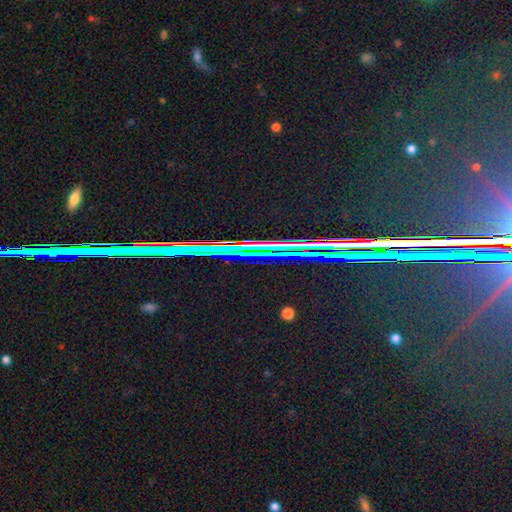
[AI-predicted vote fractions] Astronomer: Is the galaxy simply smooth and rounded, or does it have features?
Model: star or artifact — 84%.